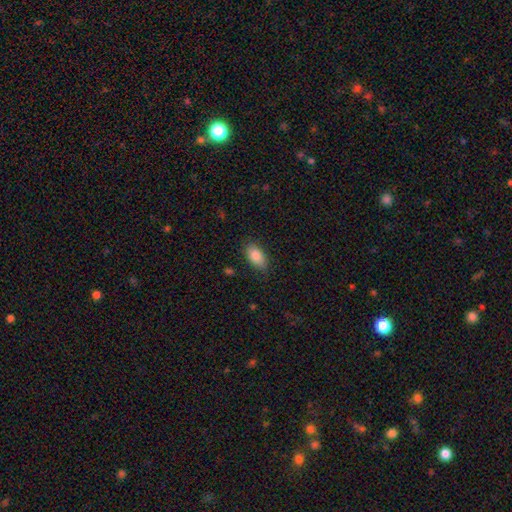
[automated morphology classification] Q: Smooth or featured?
A: smooth (84%); runner-up: featured or disk (9%)
Q: How rounded?
A: in between (92%); runner-up: round (4%)
Q: Merging?
A: none (82%); runner-up: minor disturbance (14%)